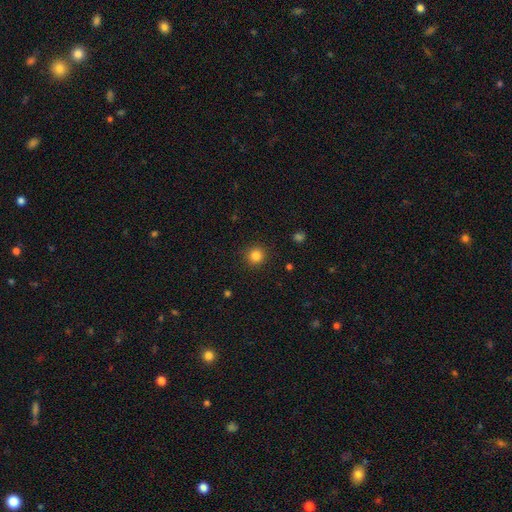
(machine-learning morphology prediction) smooth_or_featured: smooth (p=0.84) [alt: star or artifact p=0.12]
how_rounded: round (p=0.94) [alt: in between p=0.05]
merging: none (p=0.91) [alt: minor disturbance p=0.06]